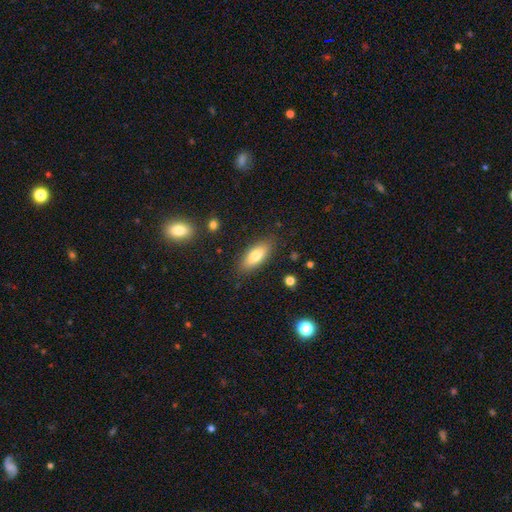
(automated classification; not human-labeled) Smooth or featured: smooth — 75% (featured or disk — 18%)
How rounded: in between — 75% (cigar-shaped — 23%)
Merging: none — 84% (minor disturbance — 11%)